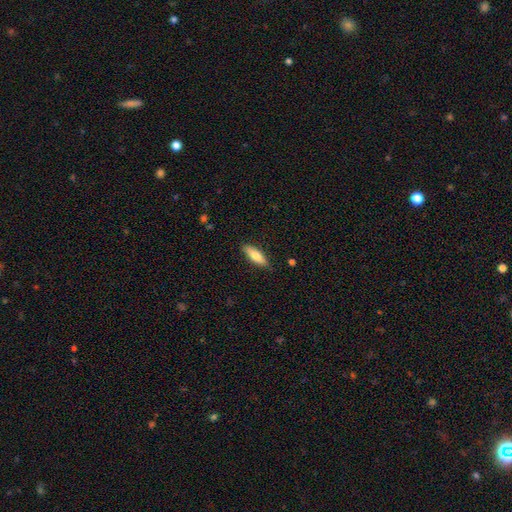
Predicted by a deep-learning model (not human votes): Morphology: type=smooth (73%); roundness=in between (55%); merging=none (86%).